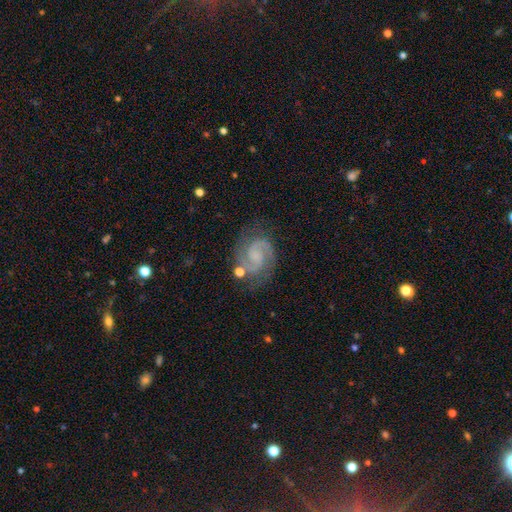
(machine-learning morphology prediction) A featured or disk galaxy (87%) with no bar (49%), 2 (91%) medium (54%) spiral arms (98%) and no central bulge (44%). Merging: none (76%).